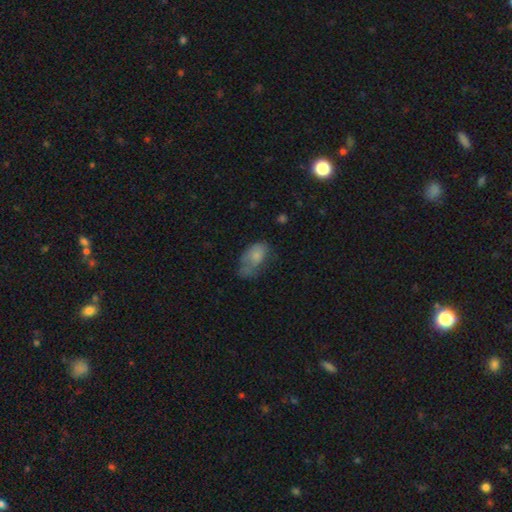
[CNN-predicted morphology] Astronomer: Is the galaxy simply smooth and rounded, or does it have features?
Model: smooth — 72%.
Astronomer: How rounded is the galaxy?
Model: in between — 91%.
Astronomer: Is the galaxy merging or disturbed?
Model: minor disturbance — 32% (runner-up: major disturbance, 31%).